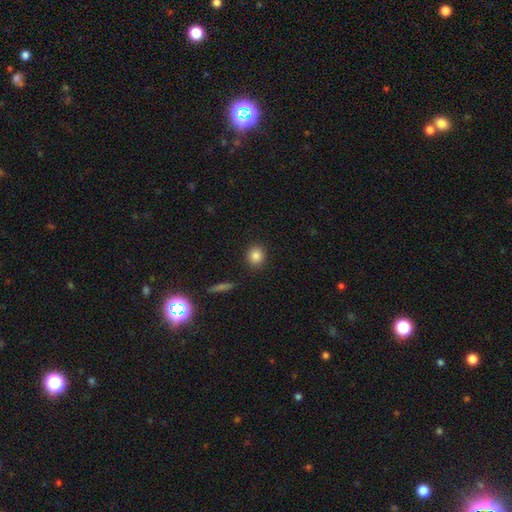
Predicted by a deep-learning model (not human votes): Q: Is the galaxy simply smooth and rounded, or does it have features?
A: smooth — 85%.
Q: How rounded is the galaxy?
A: round — 81%.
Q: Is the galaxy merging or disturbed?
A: none — 90%.